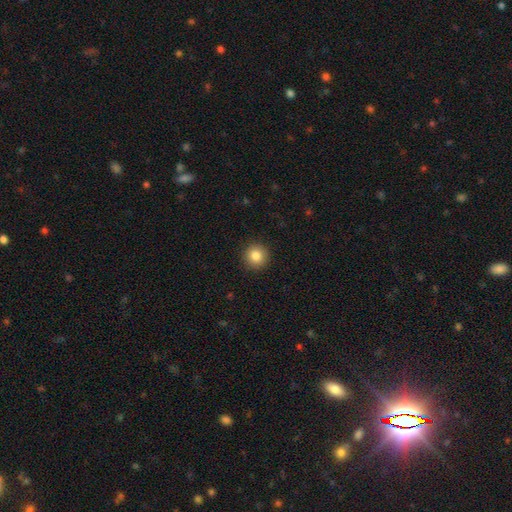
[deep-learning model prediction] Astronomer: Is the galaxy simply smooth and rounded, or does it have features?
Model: smooth — 84%.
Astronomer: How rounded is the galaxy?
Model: round — 94%.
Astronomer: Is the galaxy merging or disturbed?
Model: none — 92%.